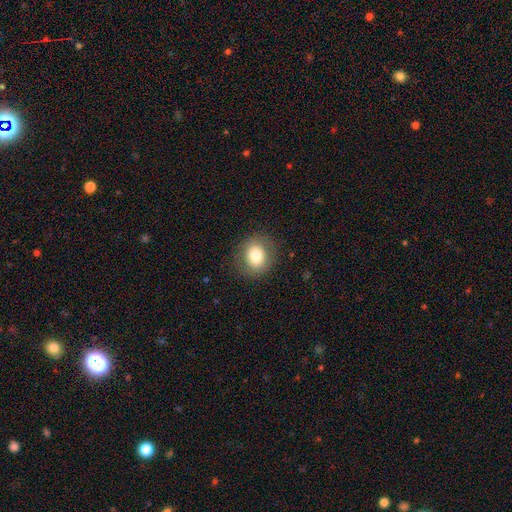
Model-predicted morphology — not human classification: A smooth galaxy with no disk features (78%) that is round (67%).

Vote fractions:
- Smooth or featured? smooth: 78% / featured or disk: 13% / star or artifact: 9%
- How rounded? round: 67% / in between: 32% / cigar-shaped: 1%
- Merging? none: 85% / minor disturbance: 10% / major disturbance: 4% / merger: 1%